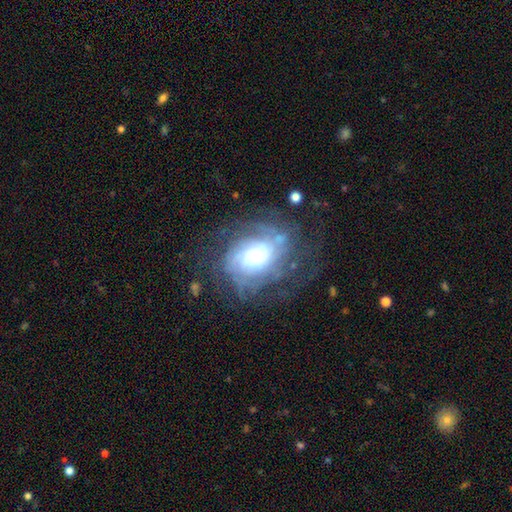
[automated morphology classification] featured or disk 79%, smooth 12%, star or artifact 9%. Down the decision tree: edge-on disk — no (97%); bar — no (65%); spiral arms — yes (91%); spiral arm count — can't tell (40%); spiral winding — tight (57%); bulge size — moderate (43%); merging — none (67%).